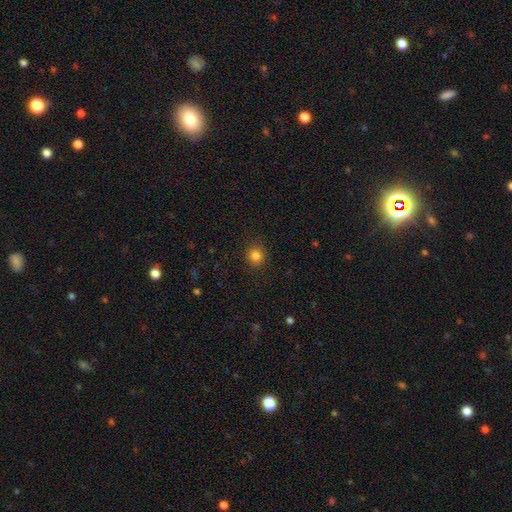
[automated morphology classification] Smooth or featured: smooth — 84% (star or artifact — 12%)
How rounded: round — 88% (in between — 11%)
Merging: none — 90% (minor disturbance — 6%)